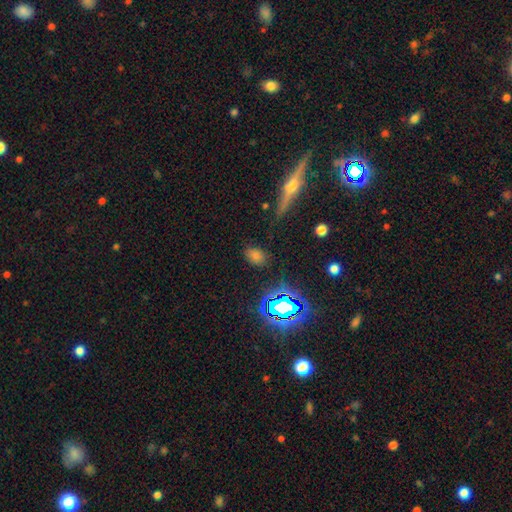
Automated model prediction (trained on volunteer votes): Smooth or featured?
  - smooth: 56% *
  - star or artifact: 29%
  - featured or disk: 15%
How rounded?
  - in between: 69% *
  - round: 25%
  - cigar-shaped: 6%
Merging?
  - none: 84% *
  - minor disturbance: 10%
  - major disturbance: 3%
  - merger: 2%